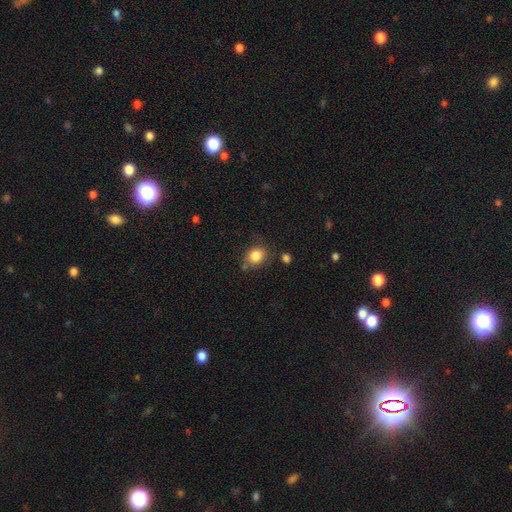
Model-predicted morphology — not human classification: Overall: smooth (84%). How rounded: round (64%; in between 35%). Merging: none (72%).